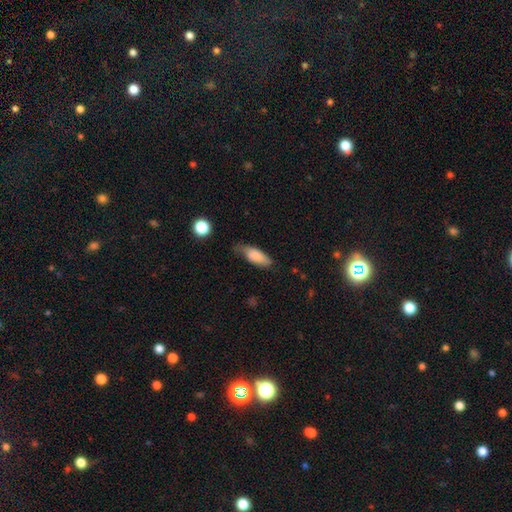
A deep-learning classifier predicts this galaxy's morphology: Q: Smooth or featured?
A: smooth (83%); runner-up: featured or disk (10%)
Q: How rounded?
A: in between (77%); runner-up: cigar-shaped (21%)
Q: Merging?
A: none (47%); runner-up: minor disturbance (38%)